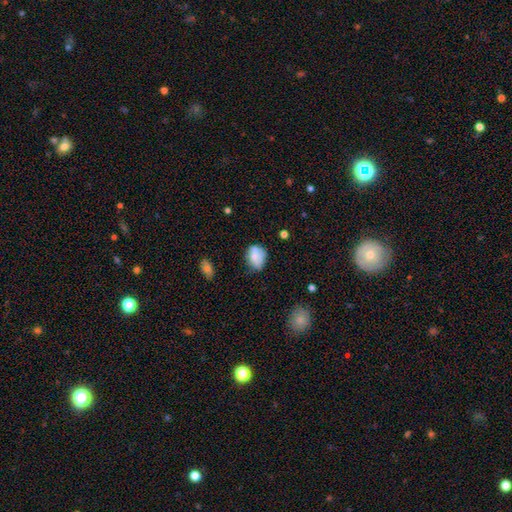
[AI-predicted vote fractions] Overall: smooth (67%). How rounded: in between (63%; round 36%). Merging: none (47%; minor disturbance 30%).